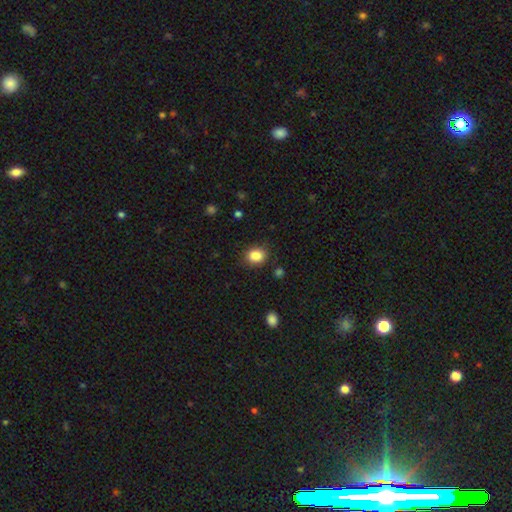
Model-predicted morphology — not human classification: Smooth or featured? smooth (86%)
How rounded? round (59%)
Merging? none (85%)